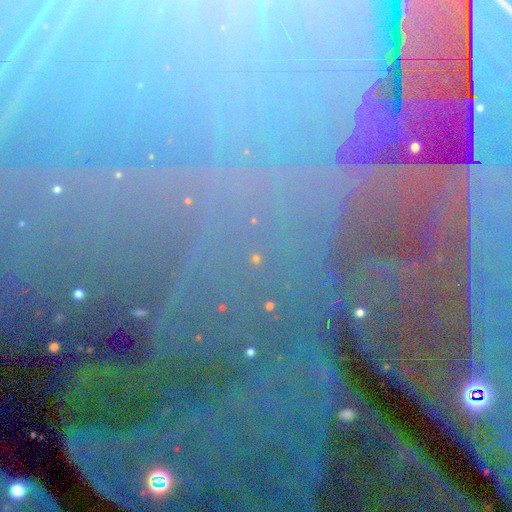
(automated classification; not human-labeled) smooth-or-featured: star or artifact: 83% | featured or disk: 9% | smooth: 8%